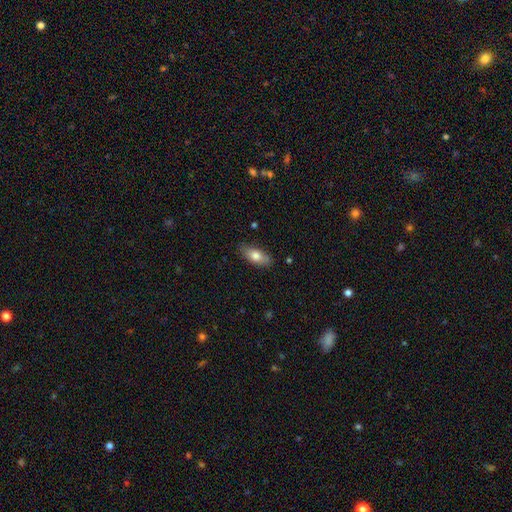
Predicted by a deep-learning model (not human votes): The model was most divided on "smooth or featured": smooth: 75%, featured or disk: 18%, star or artifact: 7%. More confident: how rounded — in between (83%); merging — none (83%).